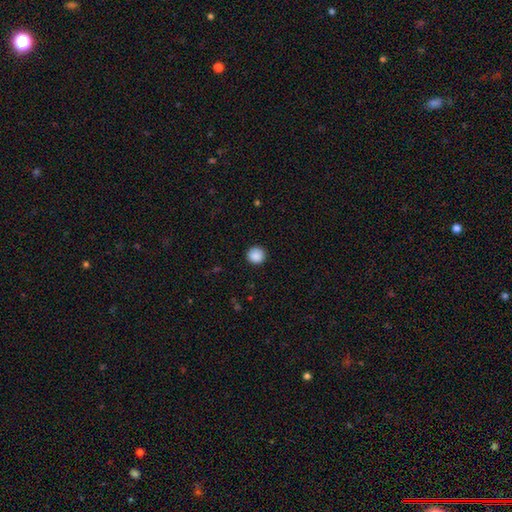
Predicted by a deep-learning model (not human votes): Smooth or featured?
  - smooth: 89% *
  - star or artifact: 9%
  - featured or disk: 2%
How rounded?
  - round: 94% *
  - in between: 5%
  - cigar-shaped: 1%
Merging?
  - none: 91% *
  - minor disturbance: 6%
  - major disturbance: 2%
  - merger: 1%